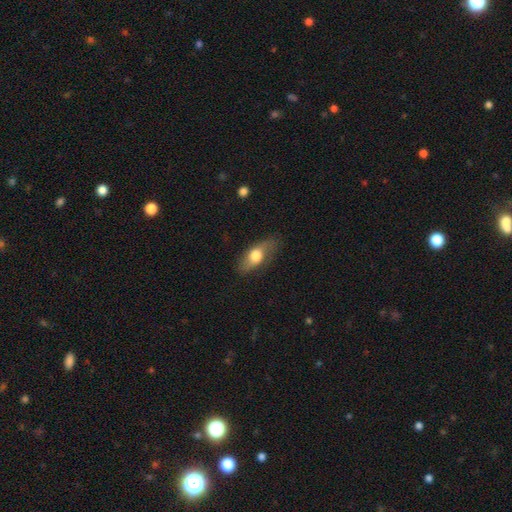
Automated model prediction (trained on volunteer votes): Smooth or featured: smooth — 60% (featured or disk — 34%)
How rounded: in between — 77% (cigar-shaped — 16%)
Merging: none — 74% (minor disturbance — 19%)